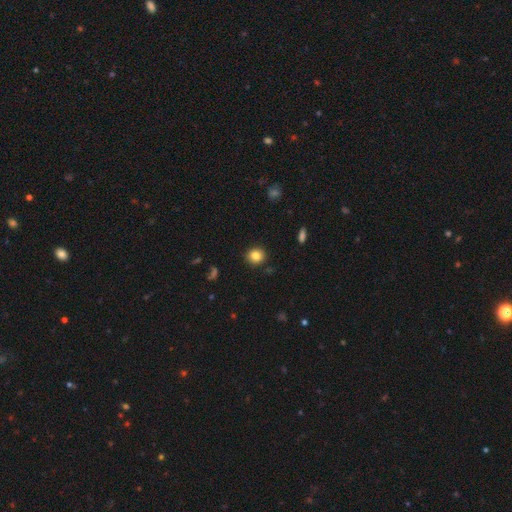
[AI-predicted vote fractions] smooth 85%, star or artifact 10%, featured or disk 5%. Down the decision tree: how rounded — round (85%); merging — none (90%).